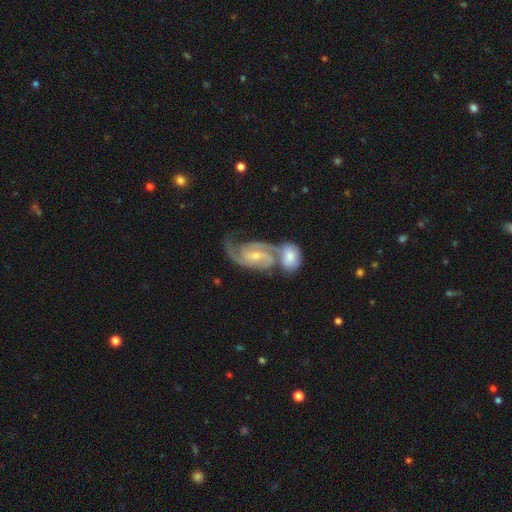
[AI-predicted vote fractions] Overall: featured or disk (89%). Edge-on disk: no (97%). Bar: weak (46%; no 35%). Spiral arms: yes (98%). Spiral arm count: 2 (79%). Spiral winding: medium (53%; tight 30%). Bulge size: small (59%; moderate 37%). Merging: merger (56%; none 26%).